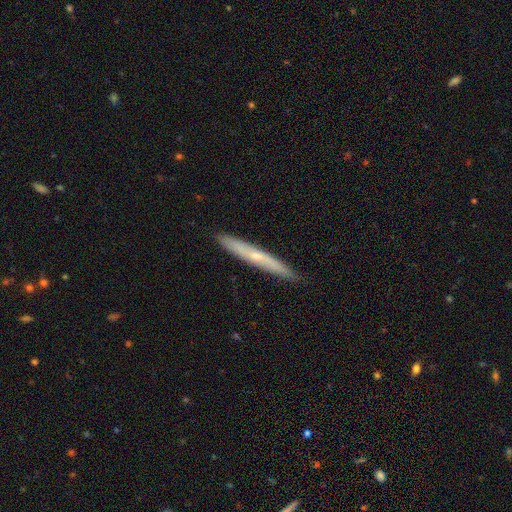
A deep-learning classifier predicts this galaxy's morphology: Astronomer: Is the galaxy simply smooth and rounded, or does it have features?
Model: featured or disk — 52% (runner-up: smooth, 42%).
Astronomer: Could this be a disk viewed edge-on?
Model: yes — 92%.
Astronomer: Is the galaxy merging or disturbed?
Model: none — 89%.